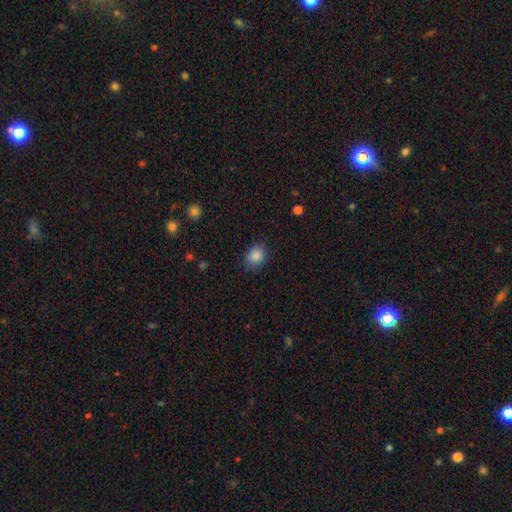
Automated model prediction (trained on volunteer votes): This is clearly a smooth galaxy (86%). How rounded: possibly round (59%). Merging: clearly none (81%).